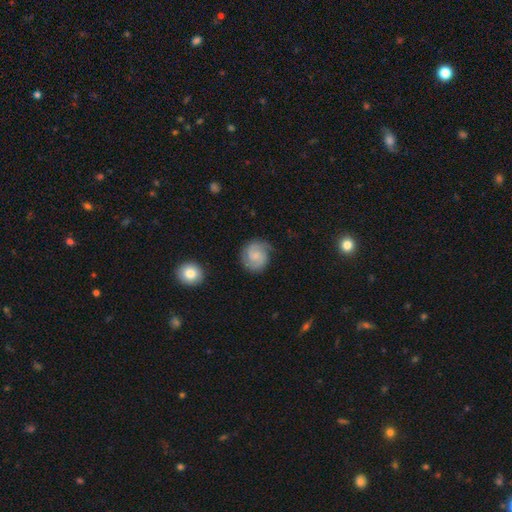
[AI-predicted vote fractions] A featured or disk galaxy (61%) with no bar (60%), 2 (78%) tight (46%) spiral arms (94%) and a small central bulge (54%). Merging: none (77%).